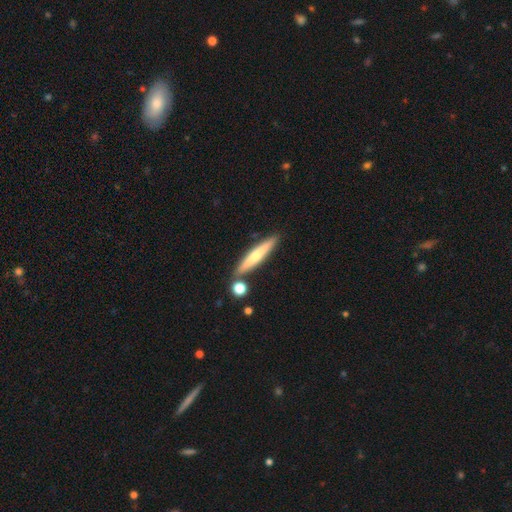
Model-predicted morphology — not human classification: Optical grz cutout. It shows a smooth galaxy with no disk features (54%) that is cigar-shaped (92%). Merging: none (83%).